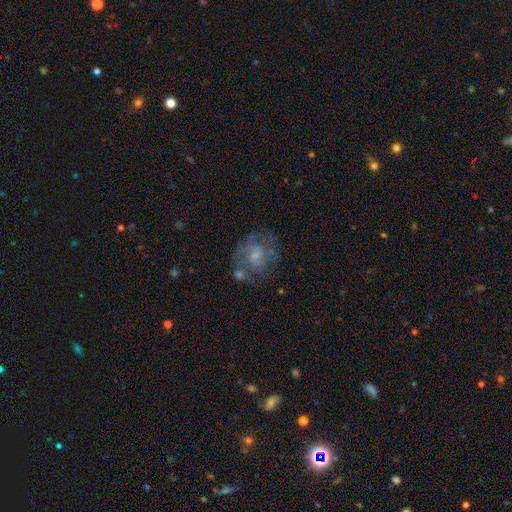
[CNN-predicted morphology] The model was most divided on "bulge size": small: 51%, moderate: 32%, none: 13%, large: 3%, dominant: 1%. More confident: edge-on disk — no (98%); spiral arms — yes (76%); smooth or featured — featured or disk (64%); bar — no (62%); merging — none (58%).